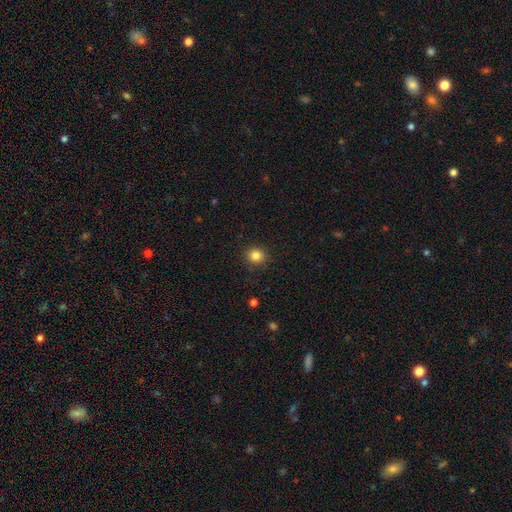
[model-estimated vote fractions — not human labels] This is clearly a smooth galaxy (83%). How rounded: clearly round (87%). Merging: clearly none (90%).